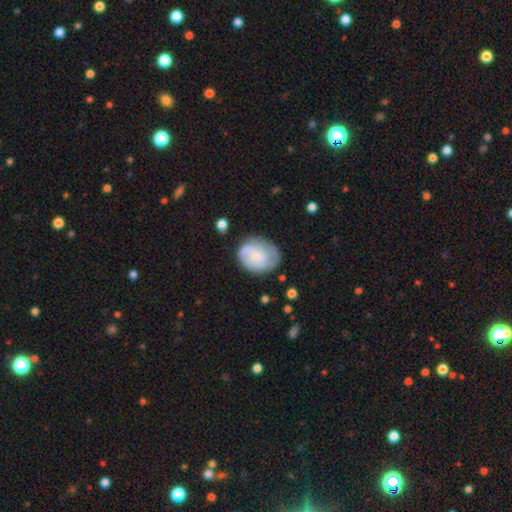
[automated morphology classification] The model was most divided on "spiral winding": tight: 46%, medium: 39%, loose: 15%. Remaining: edge-on disk — no (98%); spiral arms — yes (90%); merging — none (69%); bar — no (64%); smooth or featured — featured or disk (59%); bulge size — small (45%); spiral arm count — 2 (40%).